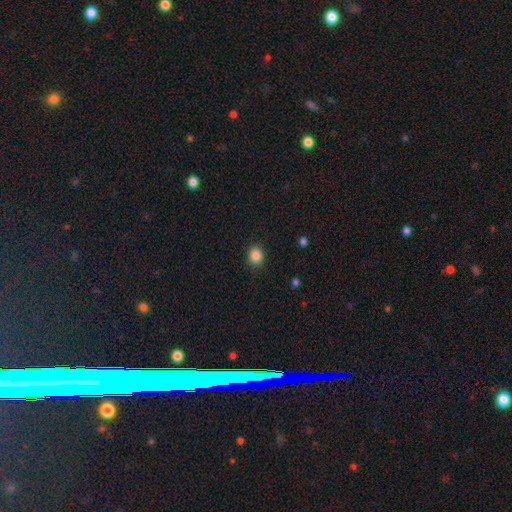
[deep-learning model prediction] Overall: smooth (86%). How rounded: round (69%; in between 30%). Merging: none (90%).